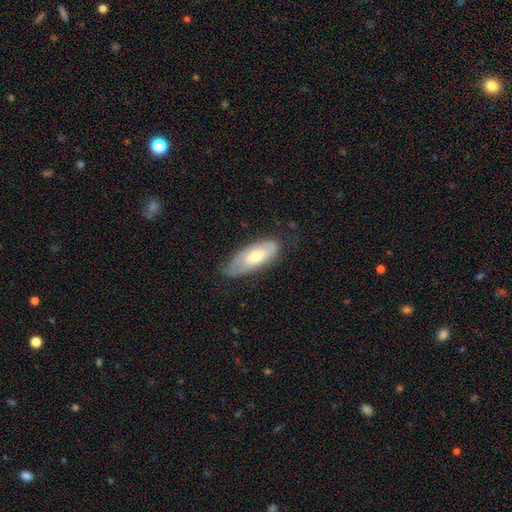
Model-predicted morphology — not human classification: This is possibly a smooth galaxy (47%, tied with featured or disk). Merging: possibly none (60%).